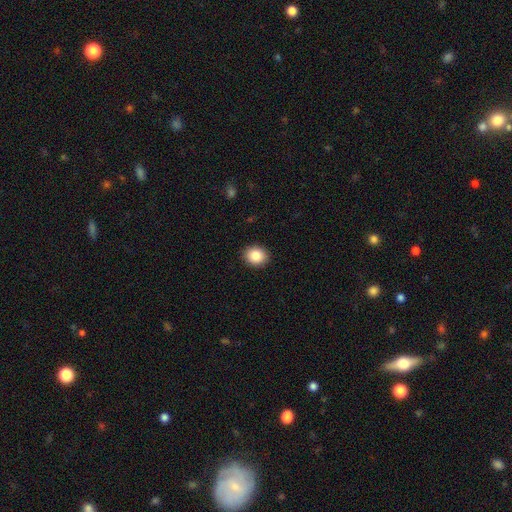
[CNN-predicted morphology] Smooth or featured?
  - smooth: 86% *
  - star or artifact: 9%
  - featured or disk: 5%
How rounded?
  - round: 62% *
  - in between: 37%
  - cigar-shaped: 1%
Merging?
  - none: 91% *
  - minor disturbance: 6%
  - major disturbance: 2%
  - merger: 1%